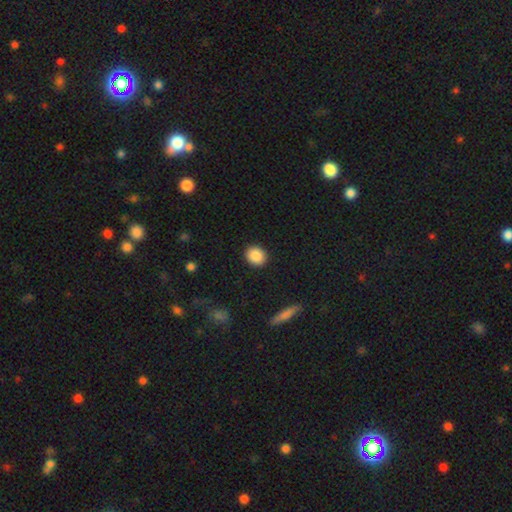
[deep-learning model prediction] A smooth galaxy with no disk features (88%) that is round (78%).

Vote fractions:
- Smooth or featured? smooth: 88% / star or artifact: 8% / featured or disk: 4%
- How rounded? round: 78% / in between: 21% / cigar-shaped: 1%
- Merging? none: 91% / minor disturbance: 6% / major disturbance: 2% / merger: 1%